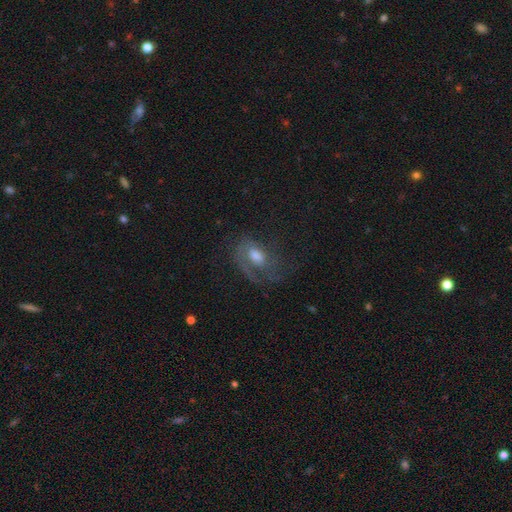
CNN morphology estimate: A featured or disk galaxy (65%) with no bar (56%), spiral arms (81%) and a moderate central bulge (57%).

Vote fractions:
- Smooth or featured? featured or disk: 65% / smooth: 24% / star or artifact: 11%
- Edge-on disk? no: 95% / yes: 5%
- Bar? no: 56% / weak: 35% / strong: 8%
- Spiral arms? yes: 81% / no: 19%
- Bulge size? moderate: 57% / large: 21% / small: 15% / none: 4% / dominant: 2%
- Merging? none: 46% / major disturbance: 32% / minor disturbance: 20% / merger: 2%